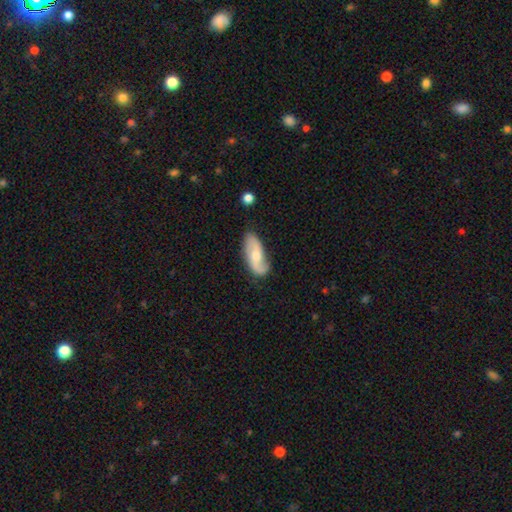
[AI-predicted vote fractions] featured or disk 62%, smooth 33%, star or artifact 5%. Down the decision tree: edge-on disk — no (92%); bar — no (55%); spiral arms — yes (89%); spiral arm count — 2 (82%); spiral winding — loose (54%); bulge size — moderate (59%); merging — none (69%).